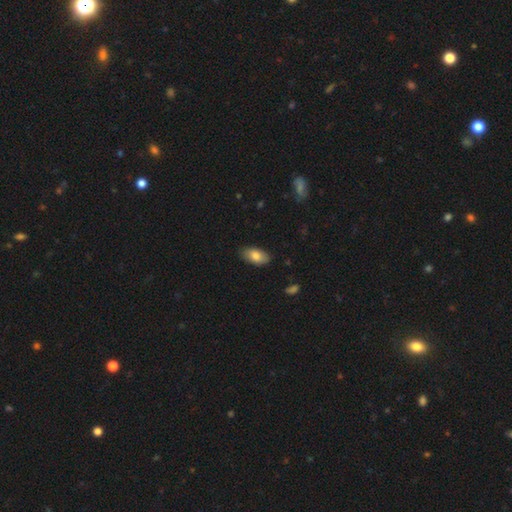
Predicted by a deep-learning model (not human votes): Smooth or featured? smooth (82%)
How rounded? in between (93%)
Merging? none (85%)